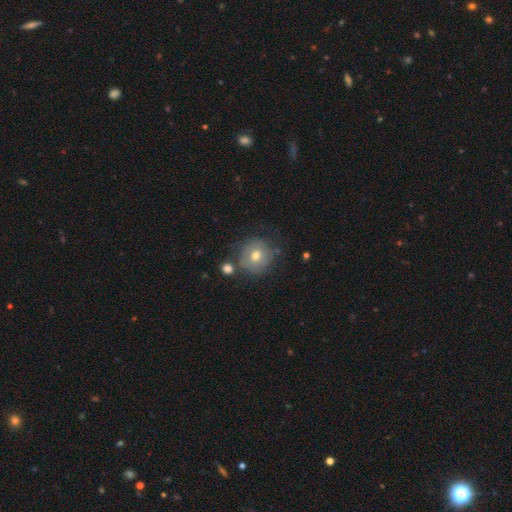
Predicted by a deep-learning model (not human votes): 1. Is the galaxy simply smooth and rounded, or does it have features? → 59% smooth, 28% featured or disk, 13% star or artifact.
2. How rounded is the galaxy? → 93% round, 6% in between, 1% cigar-shaped.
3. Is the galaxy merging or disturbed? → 73% none, 14% minor disturbance, 8% merger, 5% major disturbance.